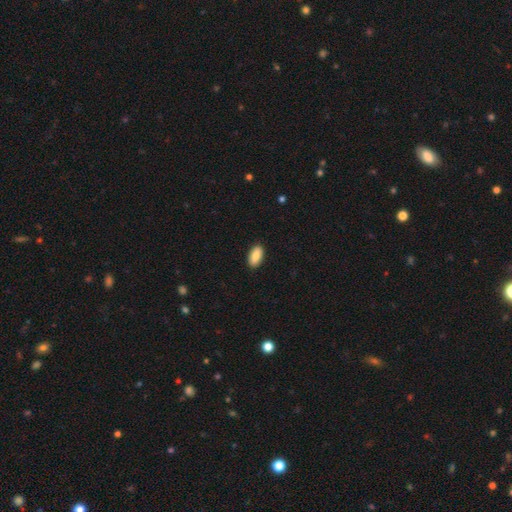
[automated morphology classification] Smooth or featured? Predicted: smooth (p=0.86). How rounded? Predicted: in between (p=0.90). Merging? Predicted: none (p=0.90).